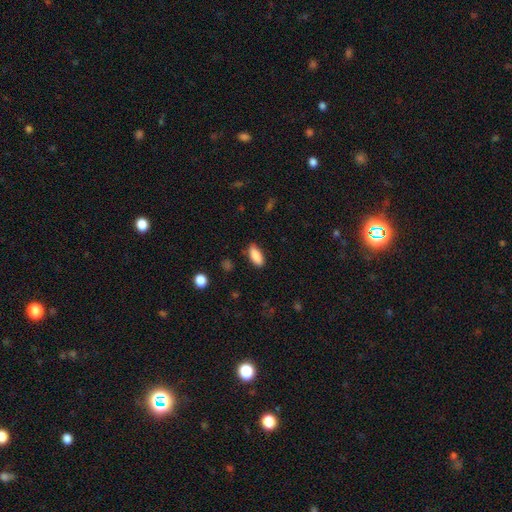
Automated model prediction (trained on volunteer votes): Smooth or featured? smooth (87%)
How rounded? in between (80%)
Merging? none (83%)